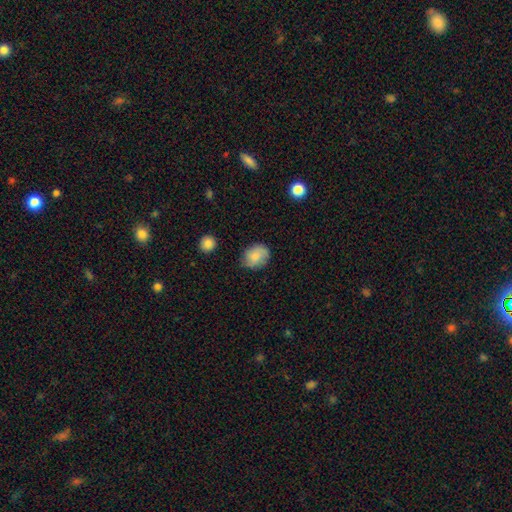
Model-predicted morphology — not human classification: A smooth galaxy with no disk features (75%) that is round (52%).

Vote fractions:
- Smooth or featured? smooth: 75% / featured or disk: 17% / star or artifact: 8%
- How rounded? round: 52% / in between: 47% / cigar-shaped: 1%
- Merging? none: 73% / minor disturbance: 20% / major disturbance: 5% / merger: 2%